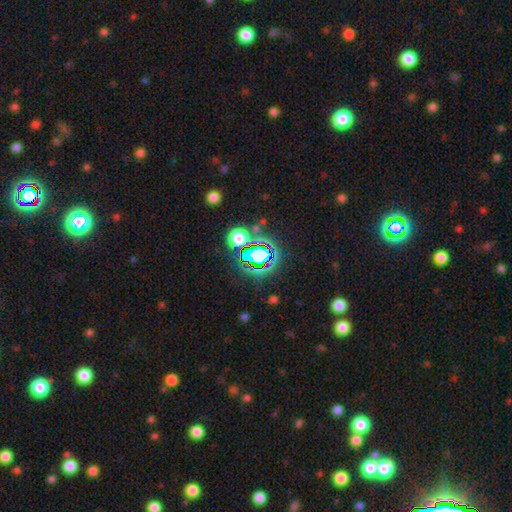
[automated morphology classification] A star or artifact, not a galaxy (62%).